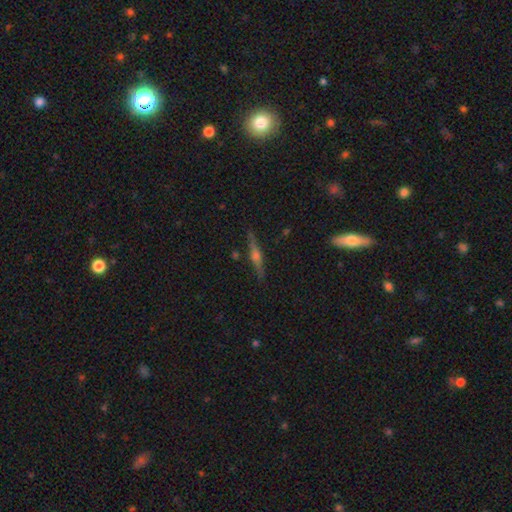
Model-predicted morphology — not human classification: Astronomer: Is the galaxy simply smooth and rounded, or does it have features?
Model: featured or disk — 78%.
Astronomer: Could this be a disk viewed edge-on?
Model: yes — 98%.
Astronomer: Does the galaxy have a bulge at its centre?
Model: rounded — 89%.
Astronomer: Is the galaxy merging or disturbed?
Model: none — 89%.